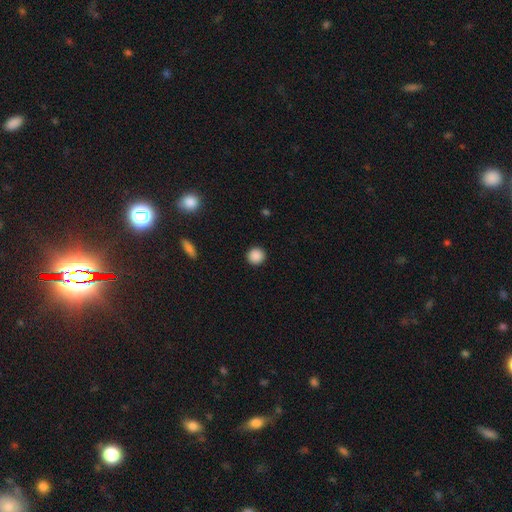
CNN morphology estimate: Smooth or featured? Predicted: smooth (p=0.88). How rounded? Predicted: round (p=0.94). Merging? Predicted: none (p=0.93).